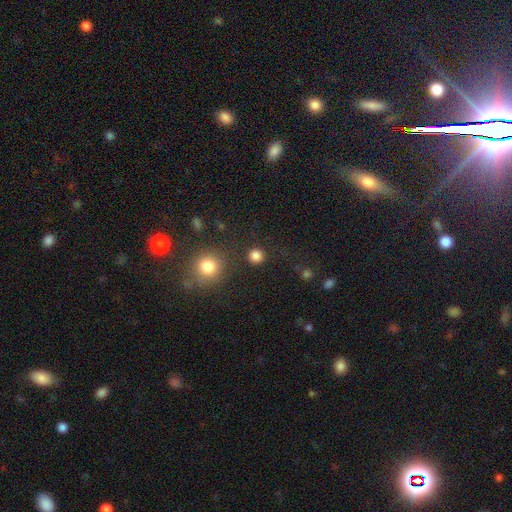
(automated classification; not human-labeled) Smooth or featured: smooth — 84% (star or artifact — 13%)
How rounded: round — 93% (in between — 6%)
Merging: none — 89% (minor disturbance — 6%)